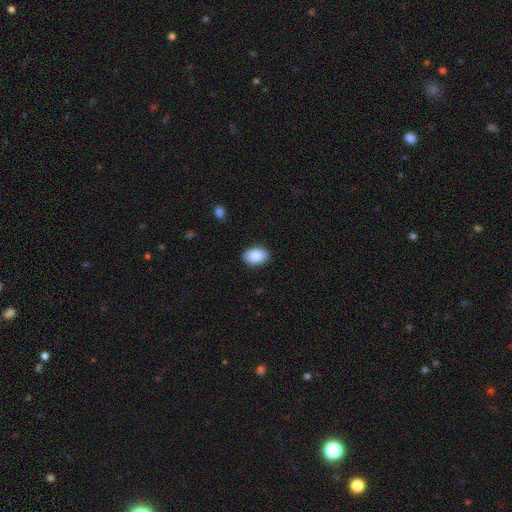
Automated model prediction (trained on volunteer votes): Q: Smooth or featured?
A: smooth (89%); runner-up: star or artifact (7%)
Q: How rounded?
A: in between (85%); runner-up: round (14%)
Q: Merging?
A: none (88%); runner-up: minor disturbance (9%)